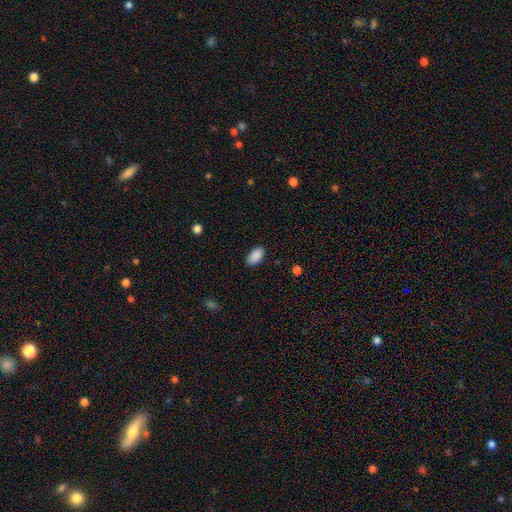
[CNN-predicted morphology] This is clearly a smooth galaxy (90%). How rounded: clearly in between (95%). Merging: clearly none (87%).